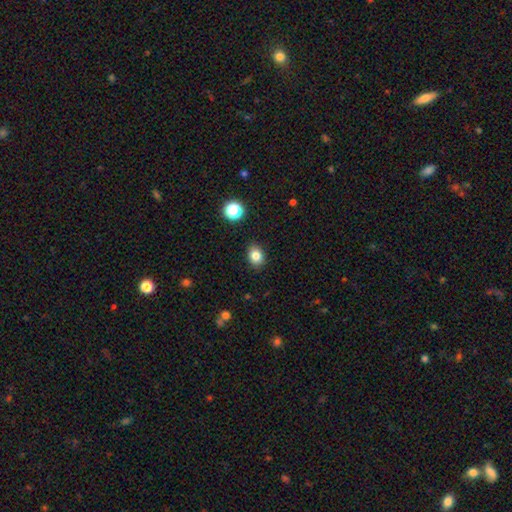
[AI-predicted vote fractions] Overall: smooth (82%). How rounded: in between (60%; round 39%). Merging: none (88%).